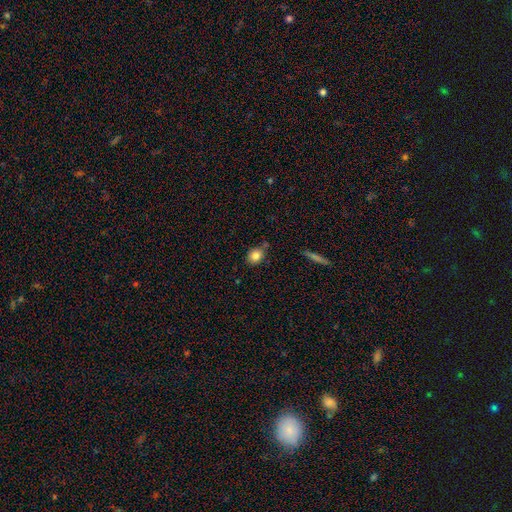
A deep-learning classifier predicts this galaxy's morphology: smooth_or_featured: smooth (p=0.82) [alt: star or artifact p=0.10]
how_rounded: round (p=0.60) [alt: in between p=0.38]
merging: none (p=0.73) [alt: minor disturbance p=0.16]